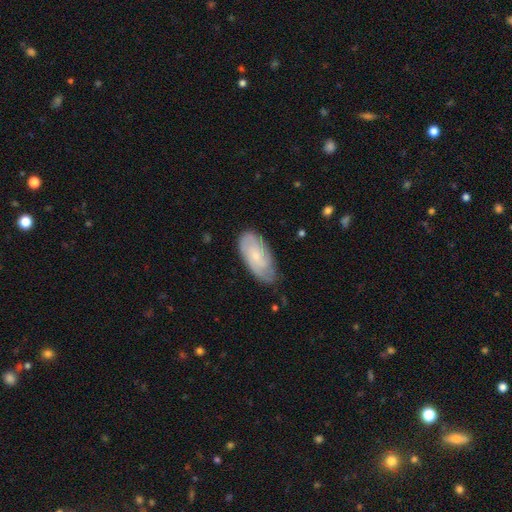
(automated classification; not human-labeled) Smooth or featured: featured or disk — 56% (smooth — 38%)
Edge-on disk: no — 93% (yes — 7%)
Bar: no — 73% (weak — 24%)
Spiral arms: yes — 87% (no — 13%)
Bulge size: small — 71% (moderate — 22%)
Merging: none — 71% (minor disturbance — 23%)